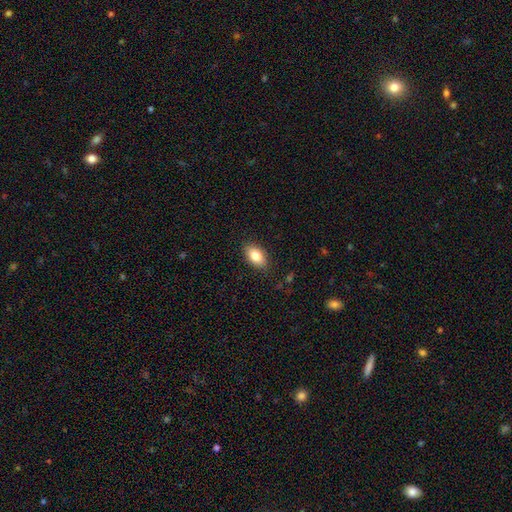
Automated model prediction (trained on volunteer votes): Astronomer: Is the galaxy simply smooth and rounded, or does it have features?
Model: smooth — 82%.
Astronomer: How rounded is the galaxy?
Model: in between — 90%.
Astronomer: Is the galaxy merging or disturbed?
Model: none — 86%.